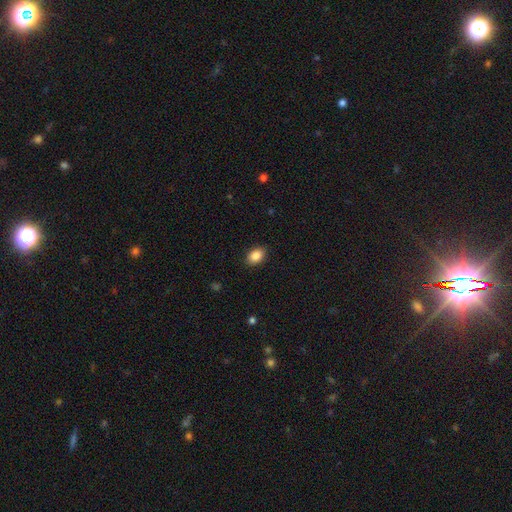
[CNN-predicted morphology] Smooth or featured? smooth (88%)
How rounded? in between (84%)
Merging? none (89%)